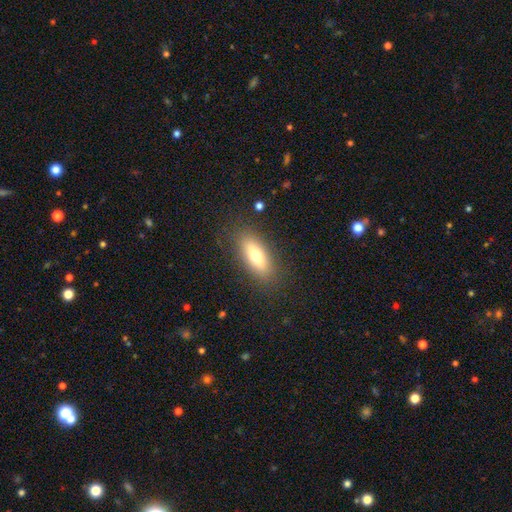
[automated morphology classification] Smooth or featured? smooth (69%)
How rounded? in between (69%)
Merging? none (86%)